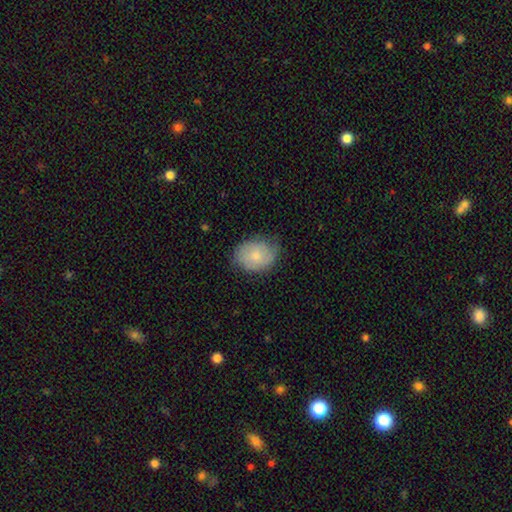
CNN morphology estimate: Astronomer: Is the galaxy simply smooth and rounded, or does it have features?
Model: smooth — 67%.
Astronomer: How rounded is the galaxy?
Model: in between — 56% (runner-up: round, 43%).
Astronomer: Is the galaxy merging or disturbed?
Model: none — 68%.